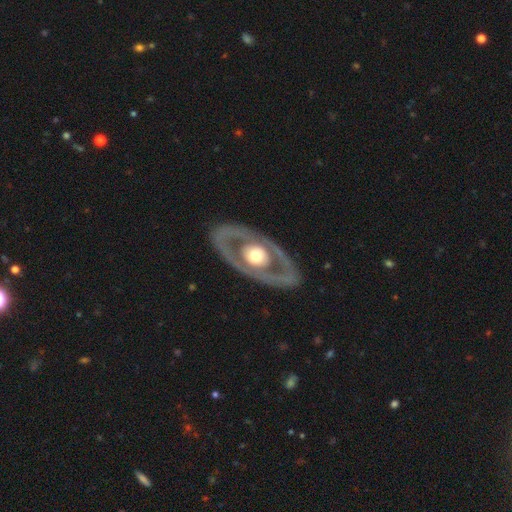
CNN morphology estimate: The model was most divided on "bulge size": moderate: 58%, large: 34%, small: 5%, dominant: 2%, none: 1%. More confident: edge-on disk — no (89%); bar — no (89%); spiral arms — no (83%); merging — none (82%); smooth or featured — featured or disk (69%).